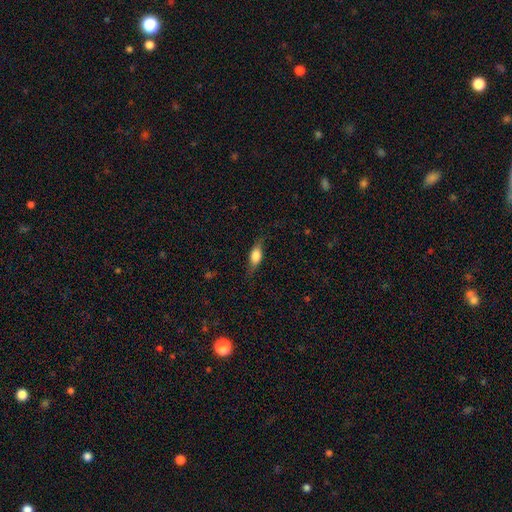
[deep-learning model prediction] A smooth galaxy with no disk features (65%) that is in between round and cigar-shaped (70%).

Vote fractions:
- Smooth or featured? smooth: 65% / featured or disk: 27% / star or artifact: 7%
- How rounded? in between: 70% / cigar-shaped: 24% / round: 6%
- Merging? none: 74% / minor disturbance: 19% / major disturbance: 6% / merger: 1%